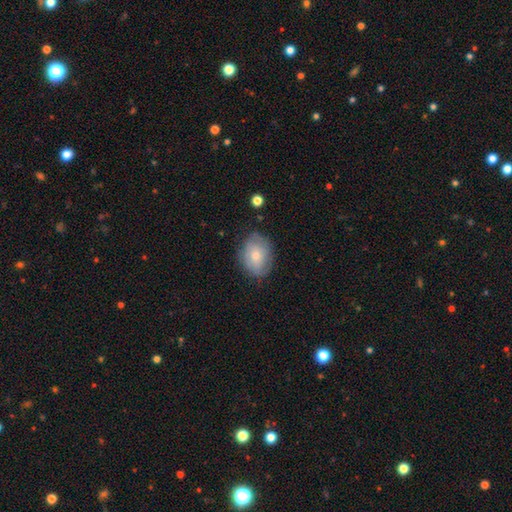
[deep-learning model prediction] Smooth or featured? Predicted: smooth (p=0.69). How rounded? Predicted: in between (p=0.68). Merging? Predicted: none (p=0.73).